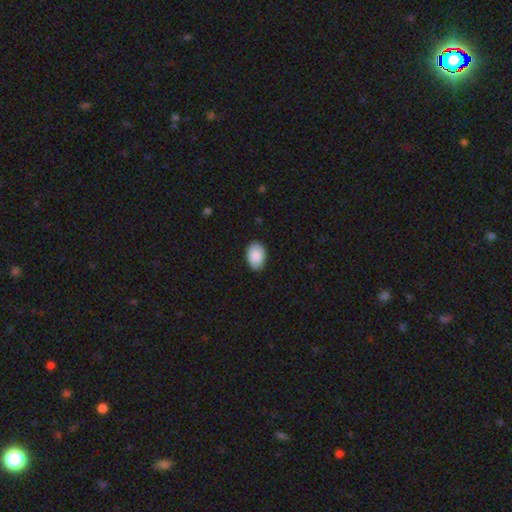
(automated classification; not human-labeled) This is clearly a smooth galaxy (90%). How rounded: clearly in between (87%). Merging: clearly none (84%).